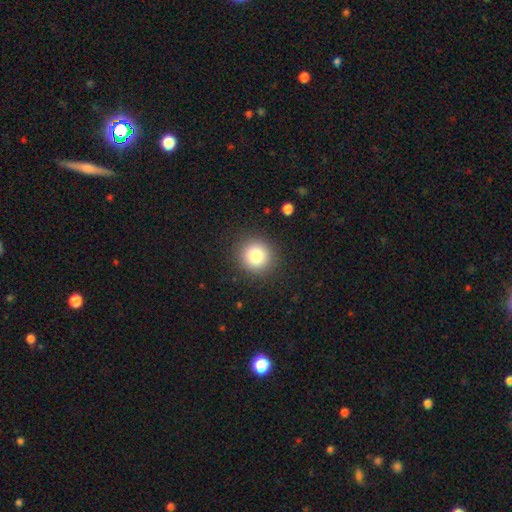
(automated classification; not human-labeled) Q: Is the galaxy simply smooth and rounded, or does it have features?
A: smooth — 82%.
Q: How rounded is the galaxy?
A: round — 91%.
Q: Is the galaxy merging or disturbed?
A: none — 90%.